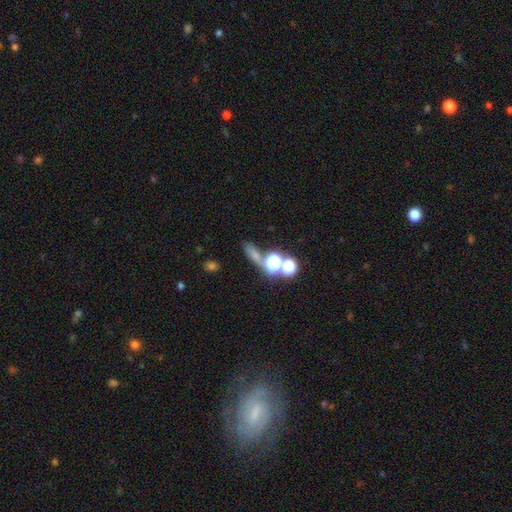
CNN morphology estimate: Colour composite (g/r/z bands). It shows a smooth galaxy with no disk features (54%) that is round (40%). Merging: none (54%).